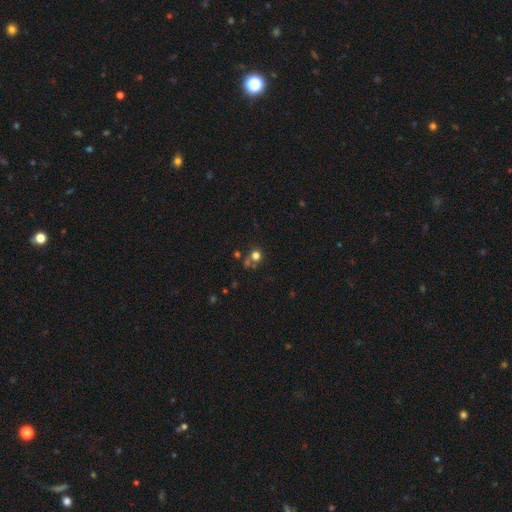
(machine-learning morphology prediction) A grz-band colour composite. It shows a smooth galaxy with no disk features (72%) that is round (88%). Merging: none (61%).